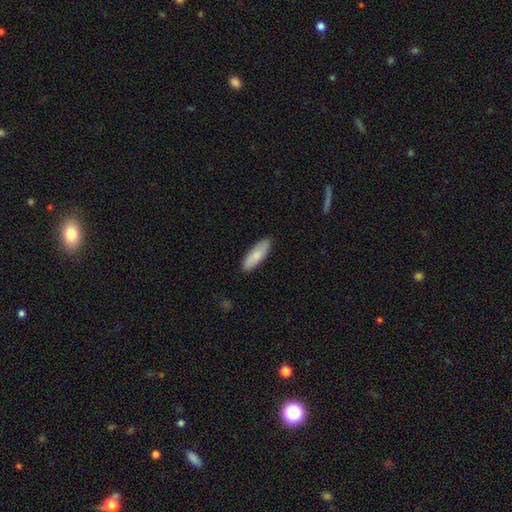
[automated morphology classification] This appears to be a smooth galaxy with no disk features (83%) that is in between round and cigar-shaped (58%). Merging: none (89%).